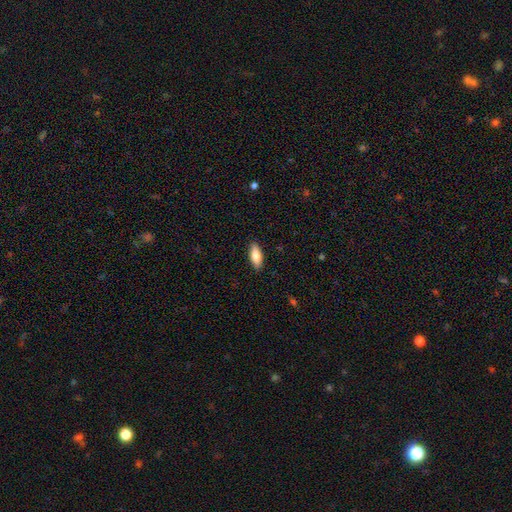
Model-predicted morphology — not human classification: This appears to be a smooth galaxy with no disk features (78%) that is in between round and cigar-shaped (74%). Merging: none (89%).